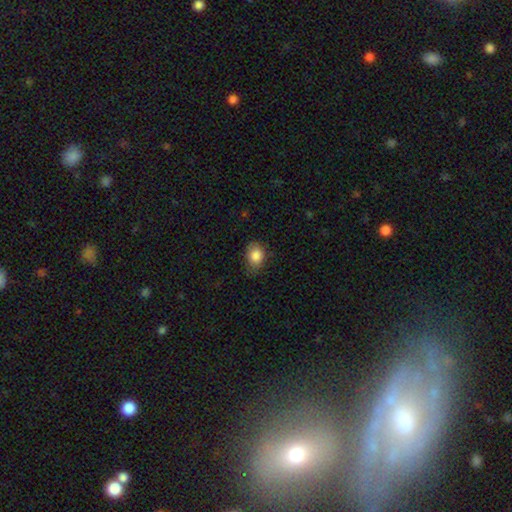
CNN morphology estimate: smooth_or_featured: smooth (p=0.86) [alt: star or artifact p=0.08]
how_rounded: in between (p=0.62) [alt: round p=0.37]
merging: none (p=0.68) [alt: minor disturbance p=0.26]